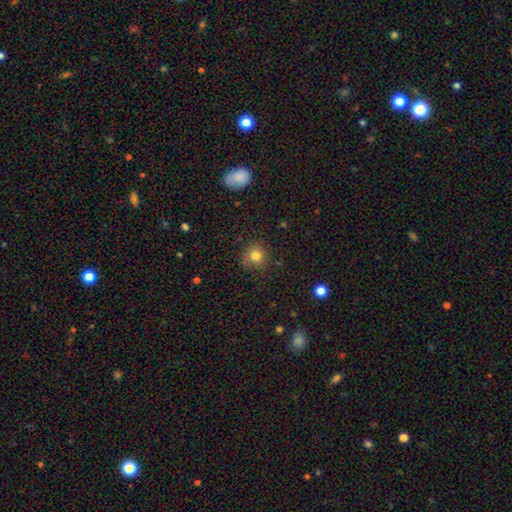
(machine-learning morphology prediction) smooth 79%, star or artifact 13%, featured or disk 8%. Down the decision tree: how rounded — round (88%); merging — none (82%).